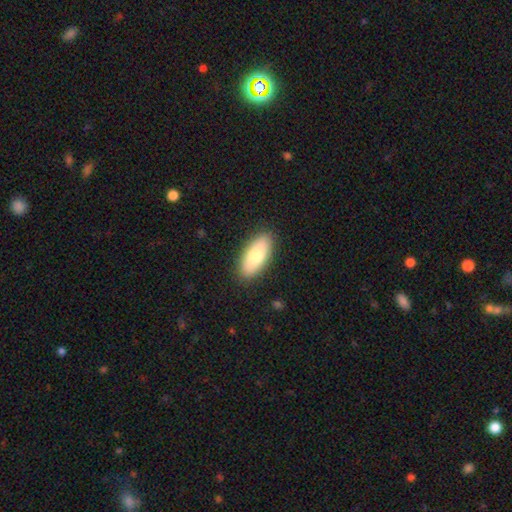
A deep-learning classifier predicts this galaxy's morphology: Q: Smooth or featured?
A: smooth (73%); runner-up: featured or disk (21%)
Q: How rounded?
A: in between (87%); runner-up: cigar-shaped (10%)
Q: Merging?
A: none (88%); runner-up: minor disturbance (8%)